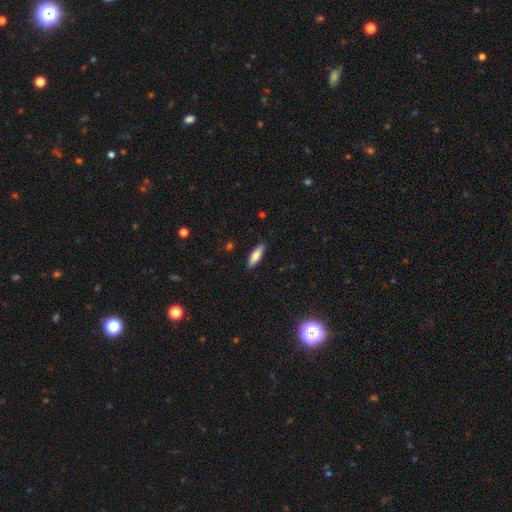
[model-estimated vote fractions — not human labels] Smooth or featured? smooth (81%)
How rounded? cigar-shaped (50%)
Merging? none (88%)